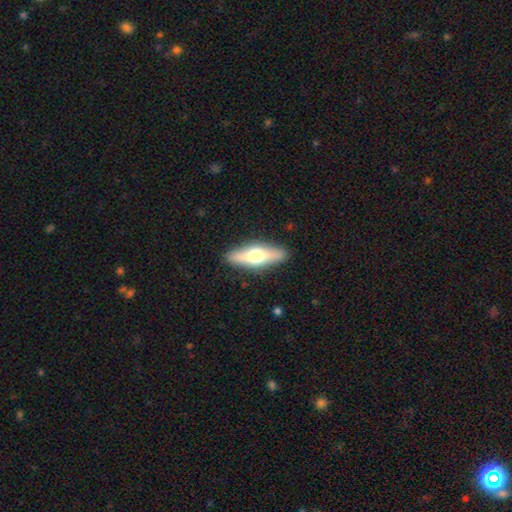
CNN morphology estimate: This is possibly a featured or disk galaxy (48%). Merging: clearly none (88%).